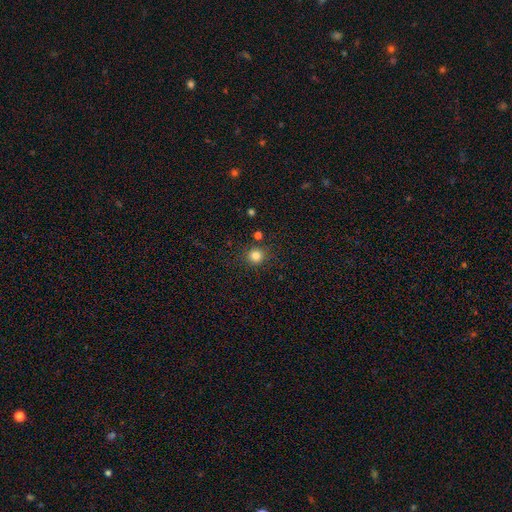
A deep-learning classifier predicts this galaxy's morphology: Q: Smooth or featured?
A: smooth (82%); runner-up: star or artifact (13%)
Q: How rounded?
A: round (93%); runner-up: in between (6%)
Q: Merging?
A: none (86%); runner-up: minor disturbance (8%)